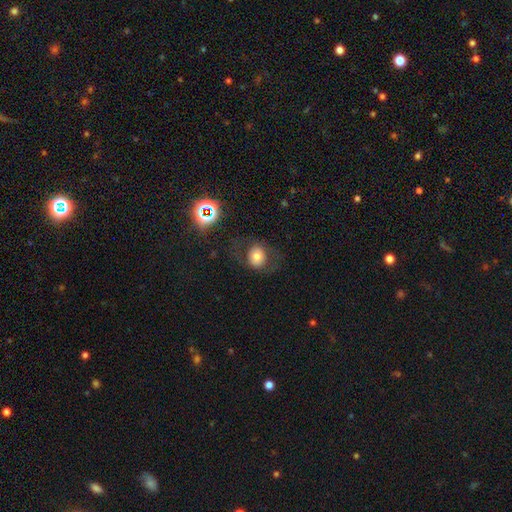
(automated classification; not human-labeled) This appears to be a smooth galaxy with no disk features (65%) that is round (67%). Merging: none (69%).